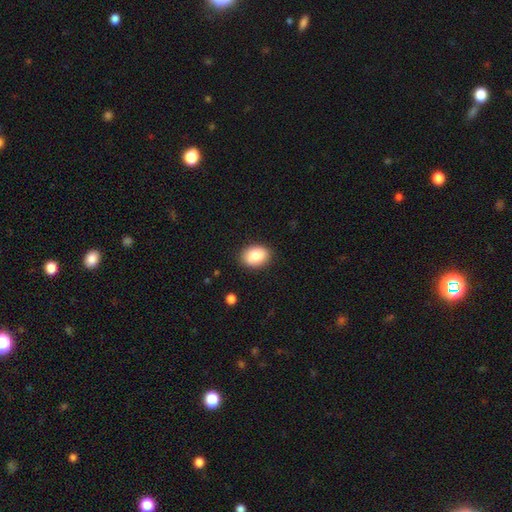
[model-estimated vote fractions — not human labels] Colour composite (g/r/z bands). It shows a smooth galaxy with no disk features (86%) that is in between round and cigar-shaped (77%). Merging: none (87%).